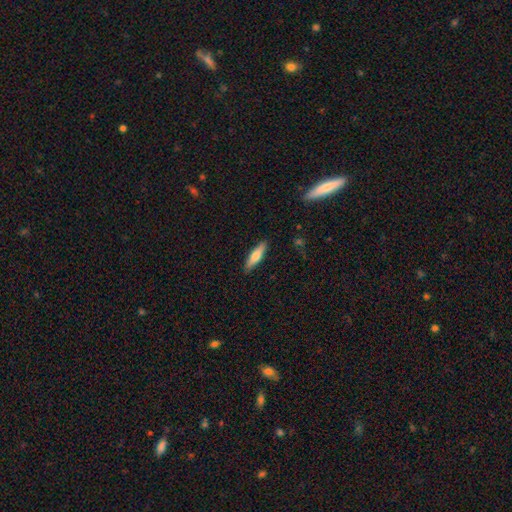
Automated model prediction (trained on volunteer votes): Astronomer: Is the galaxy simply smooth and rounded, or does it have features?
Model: smooth — 65%.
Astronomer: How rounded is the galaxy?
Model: cigar-shaped — 73%.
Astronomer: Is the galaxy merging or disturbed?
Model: none — 88%.